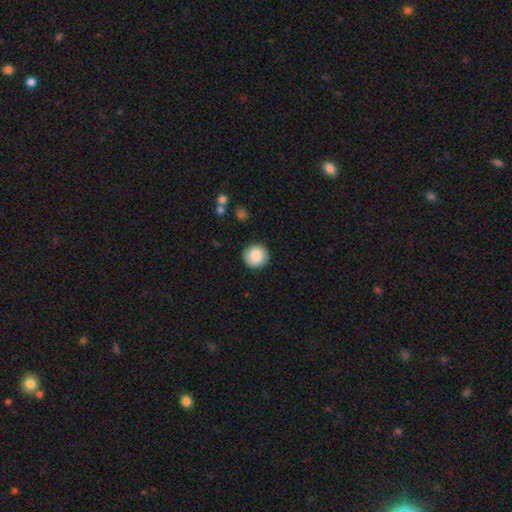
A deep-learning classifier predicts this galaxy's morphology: Overall: smooth (86%). How rounded: round (94%). Merging: none (90%).